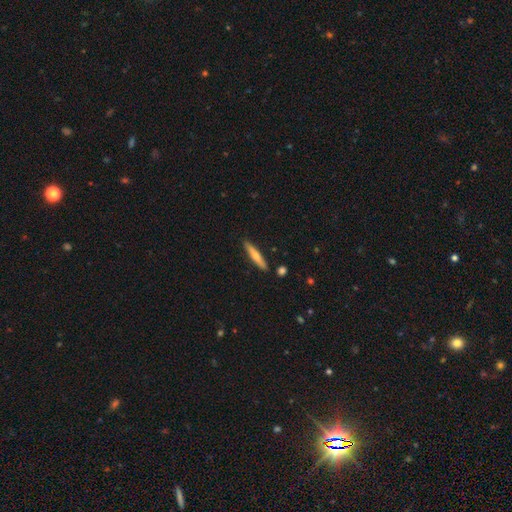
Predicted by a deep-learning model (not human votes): Q: Smooth or featured?
A: smooth (59%); runner-up: featured or disk (36%)
Q: How rounded?
A: cigar-shaped (92%); runner-up: in between (7%)
Q: Merging?
A: none (88%); runner-up: minor disturbance (8%)